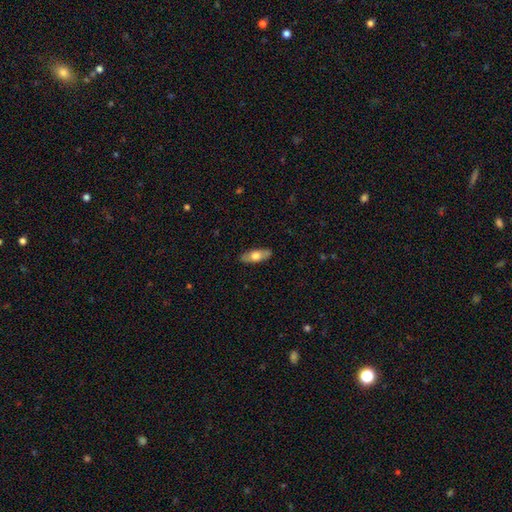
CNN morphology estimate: Smooth or featured: smooth — 62% (featured or disk — 33%)
How rounded: in between — 75% (cigar-shaped — 22%)
Merging: none — 86% (minor disturbance — 11%)